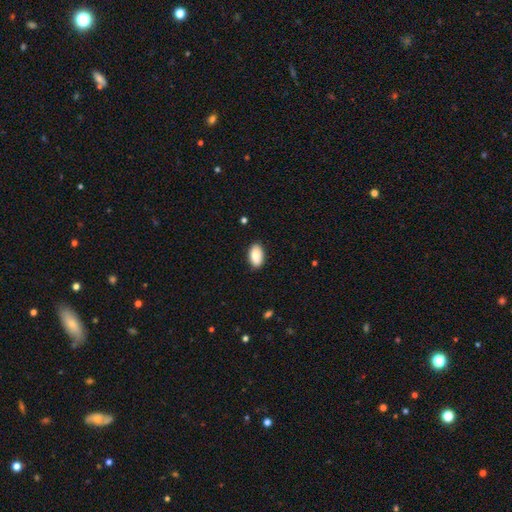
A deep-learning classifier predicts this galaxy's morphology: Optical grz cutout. It shows a smooth galaxy with no disk features (86%) that is in between round and cigar-shaped (93%). Merging: none (88%).